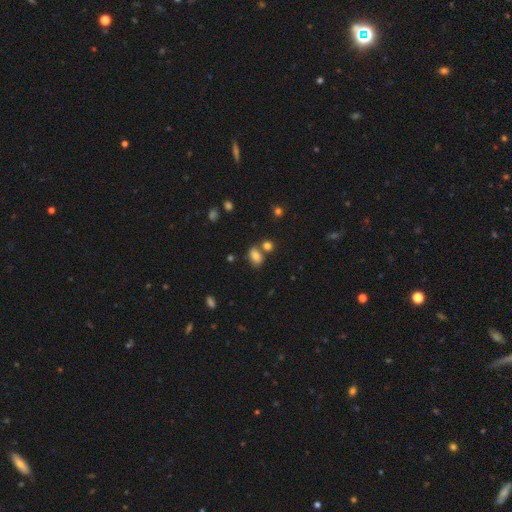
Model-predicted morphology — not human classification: The model was most divided on "merging": none: 58%, merger: 25%, minor disturbance: 13%, major disturbance: 4%. More confident: how rounded — in between (79%); smooth or featured — smooth (76%).